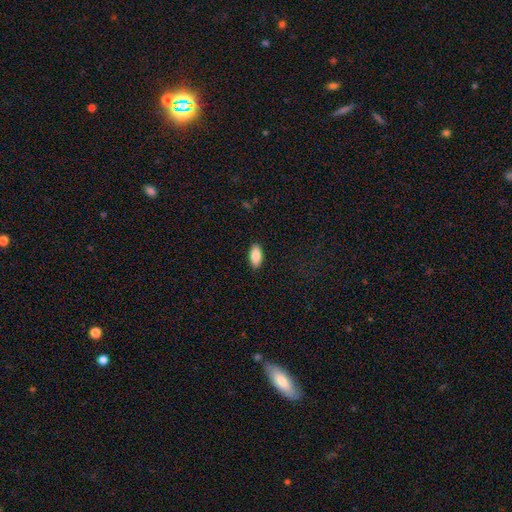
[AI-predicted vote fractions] The model was most divided on "smooth or featured": smooth: 86%, featured or disk: 7%, star or artifact: 6%. More confident: how rounded — in between (91%); merging — none (90%).